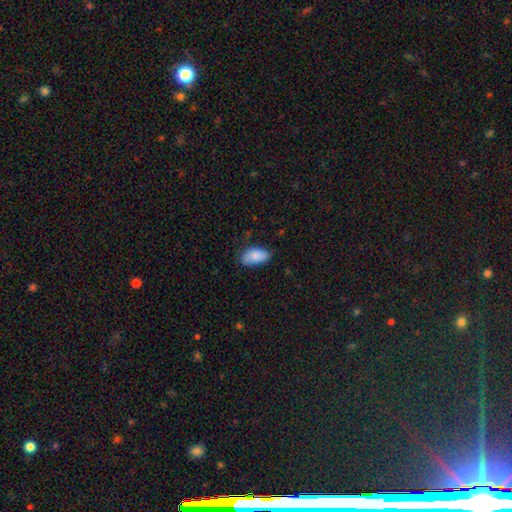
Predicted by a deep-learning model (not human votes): Smooth or featured: smooth — 84% (featured or disk — 9%)
How rounded: in between — 93% (cigar-shaped — 4%)
Merging: none — 64% (minor disturbance — 29%)